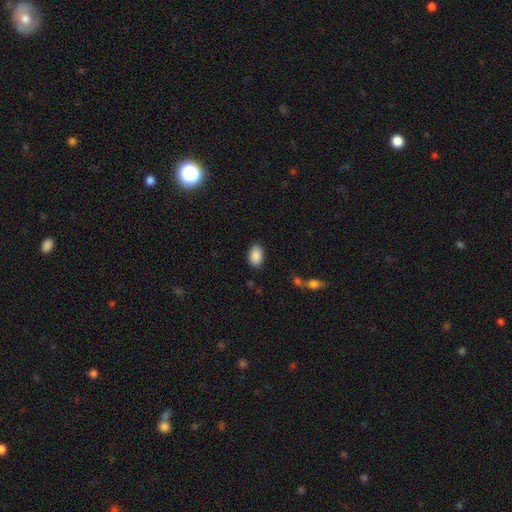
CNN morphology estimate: Q: Smooth or featured?
A: smooth (89%); runner-up: star or artifact (7%)
Q: How rounded?
A: in between (91%); runner-up: round (8%)
Q: Merging?
A: none (86%); runner-up: minor disturbance (10%)